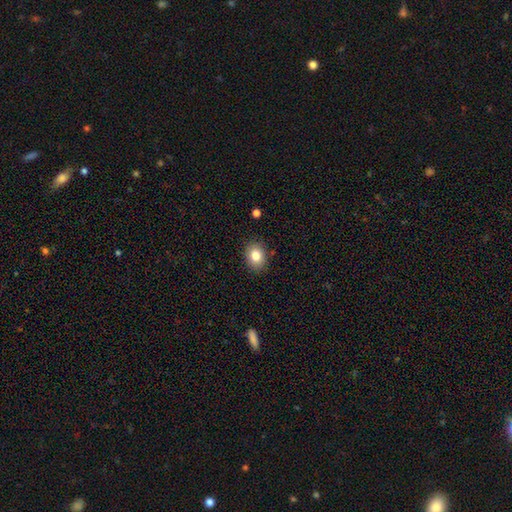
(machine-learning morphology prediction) A smooth galaxy with no disk features (82%) that is in between round and cigar-shaped (56%).

Vote fractions:
- Smooth or featured? smooth: 82% / star or artifact: 9% / featured or disk: 9%
- How rounded? in between: 56% / round: 43% / cigar-shaped: 1%
- Merging? none: 88% / minor disturbance: 9% / major disturbance: 2% / merger: 1%